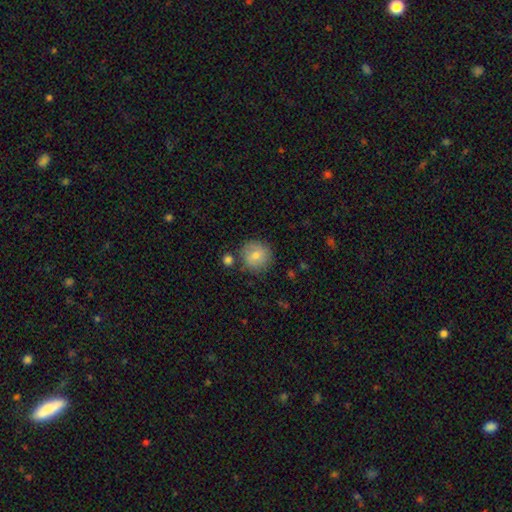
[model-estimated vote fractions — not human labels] Q: Smooth or featured?
A: smooth (78%); runner-up: featured or disk (14%)
Q: How rounded?
A: round (92%); runner-up: in between (7%)
Q: Merging?
A: none (78%); runner-up: minor disturbance (12%)